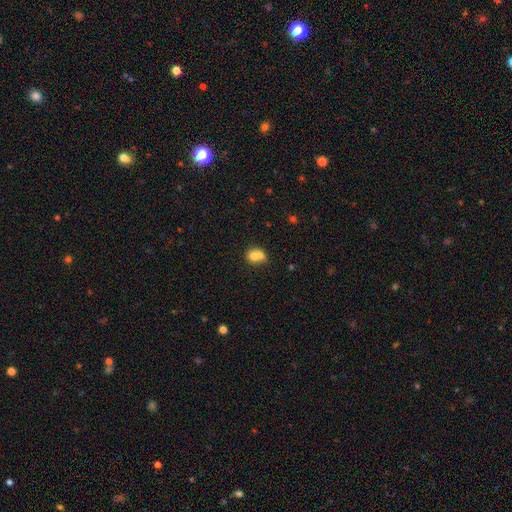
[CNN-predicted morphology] Q: Smooth or featured?
A: smooth (70%); runner-up: featured or disk (20%)
Q: How rounded?
A: round (61%); runner-up: in between (38%)
Q: Merging?
A: merger (65%); runner-up: none (24%)